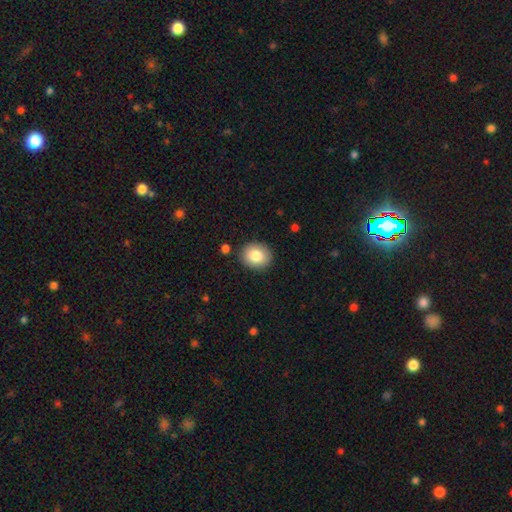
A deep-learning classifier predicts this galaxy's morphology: smooth-or-featured: smooth: 82% | featured or disk: 10% | star or artifact: 8%
  how-rounded: round: 66% | in between: 33% | cigar-shaped: 1%
  merging: none: 88% | minor disturbance: 8% | major disturbance: 2% | merger: 2%